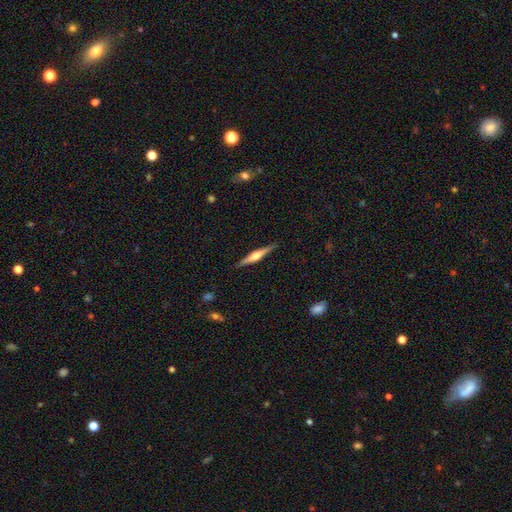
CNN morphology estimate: smooth-or-featured: featured or disk: 69% | smooth: 26% | star or artifact: 6%
  disk-edge-on: yes: 98% | no: 2%
    edge-on-bulge: rounded: 87% | boxy: 8% | none: 4%
  merging: none: 90% | minor disturbance: 8% | major disturbance: 2% | merger: 1%